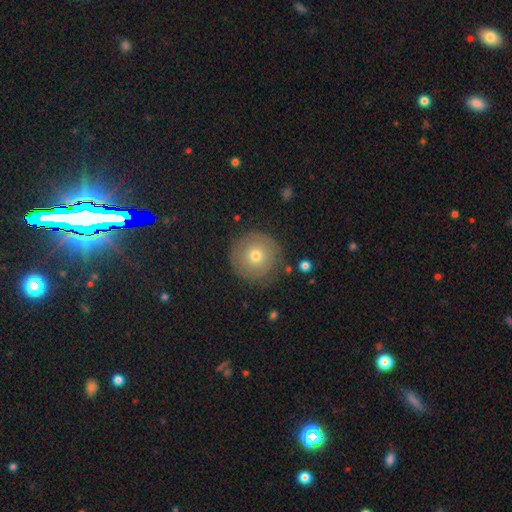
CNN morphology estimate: This is likely a smooth galaxy (61%). How rounded: clearly round (95%). Merging: clearly none (81%).